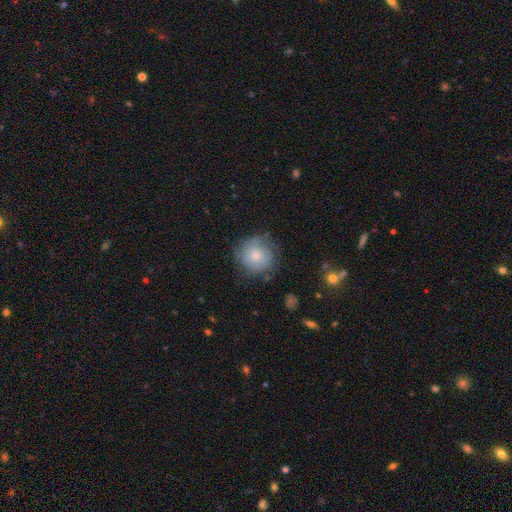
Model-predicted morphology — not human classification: A smooth galaxy with no disk features (64%) that is round (91%). Merging: none (69%).